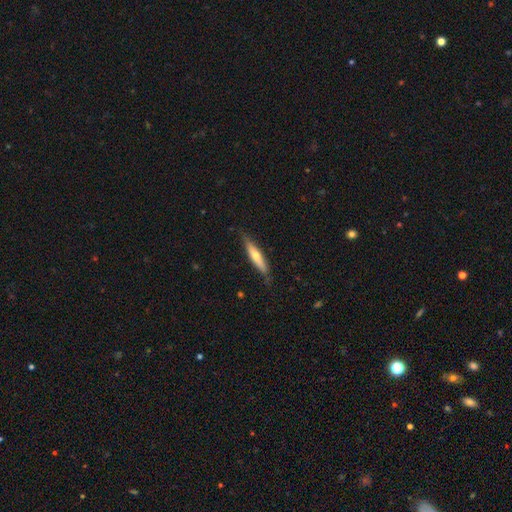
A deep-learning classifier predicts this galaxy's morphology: A featured or disk galaxy (48%). Merging: none (80%).